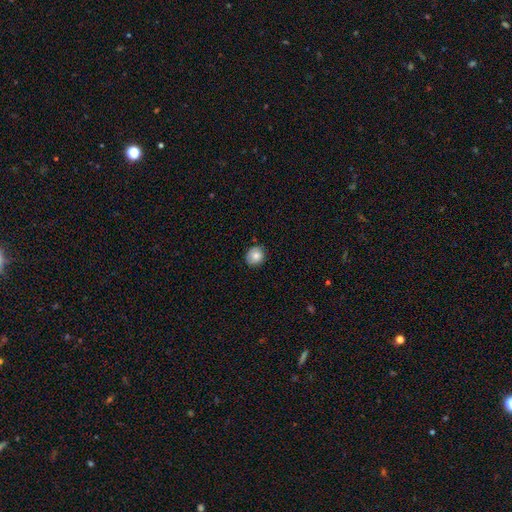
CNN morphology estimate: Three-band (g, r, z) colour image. It shows a smooth galaxy with no disk features (79%) that is round (74%). Merging: none (81%).